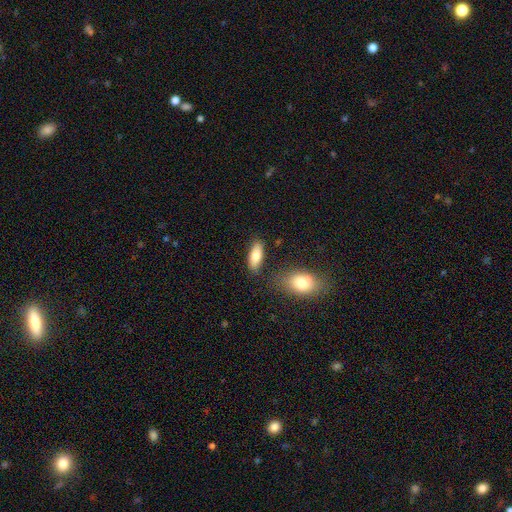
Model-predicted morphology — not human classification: Smooth or featured? smooth (80%)
How rounded? in between (75%)
Merging? none (77%)